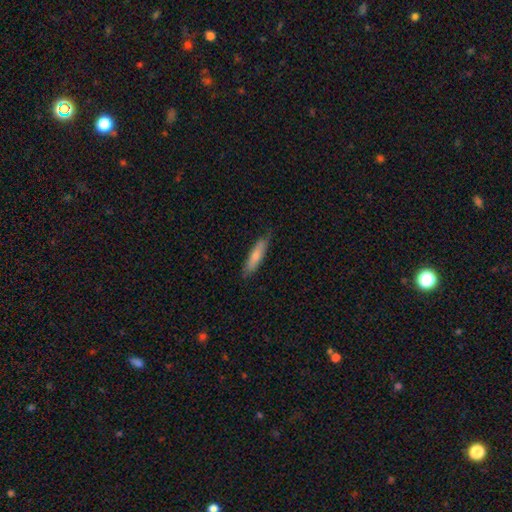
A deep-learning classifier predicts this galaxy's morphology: Q: Smooth or featured?
A: smooth (76%); runner-up: featured or disk (19%)
Q: How rounded?
A: cigar-shaped (75%); runner-up: in between (23%)
Q: Merging?
A: none (79%); runner-up: minor disturbance (17%)